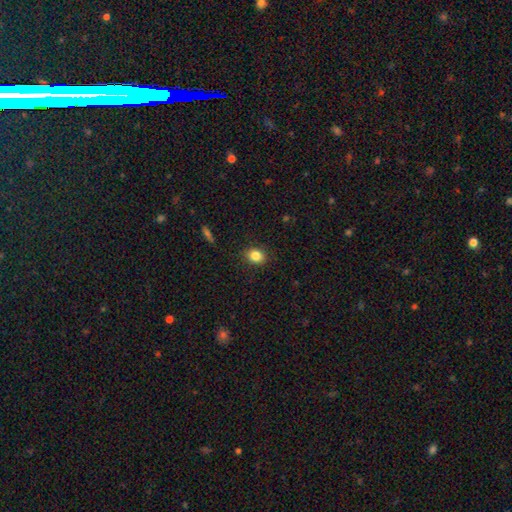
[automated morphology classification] Smooth or featured? Predicted: smooth (p=0.84). How rounded? Predicted: round (p=0.57). Merging? Predicted: none (p=0.88).